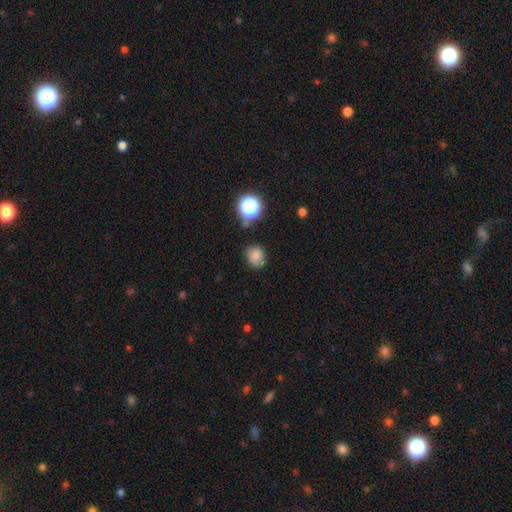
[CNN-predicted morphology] smooth_or_featured: smooth (p=0.75) [alt: star or artifact p=0.14]
how_rounded: round (p=0.61) [alt: in between p=0.38]
merging: none (p=0.66) [alt: minor disturbance p=0.24]